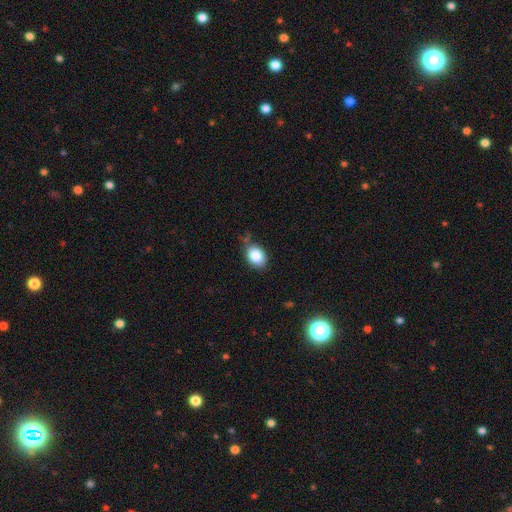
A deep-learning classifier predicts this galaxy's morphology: A smooth galaxy with no disk features (85%) that is in between round and cigar-shaped (73%).

Vote fractions:
- Smooth or featured? smooth: 85% / star or artifact: 8% / featured or disk: 7%
- How rounded? in between: 73% / round: 26% / cigar-shaped: 1%
- Merging? none: 75% / minor disturbance: 19% / major disturbance: 4% / merger: 3%